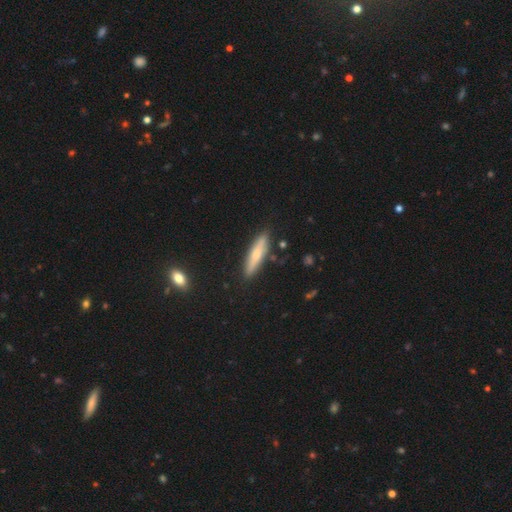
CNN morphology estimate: This appears to be a smooth galaxy with no disk features (60%) that is cigar-shaped (83%). Merging: none (86%).